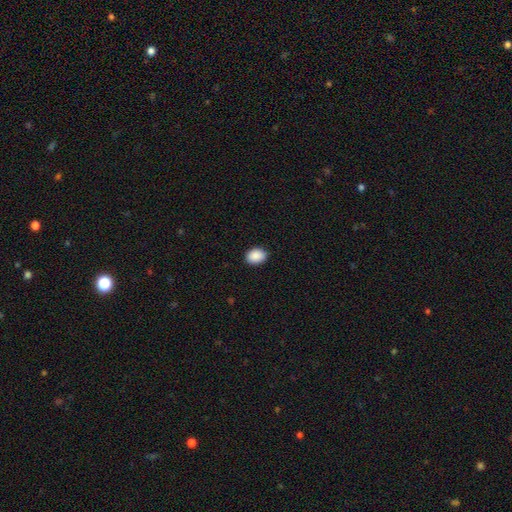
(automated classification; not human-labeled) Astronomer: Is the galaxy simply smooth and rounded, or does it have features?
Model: smooth — 90%.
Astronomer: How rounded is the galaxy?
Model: in between — 73%.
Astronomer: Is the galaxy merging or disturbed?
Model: none — 88%.